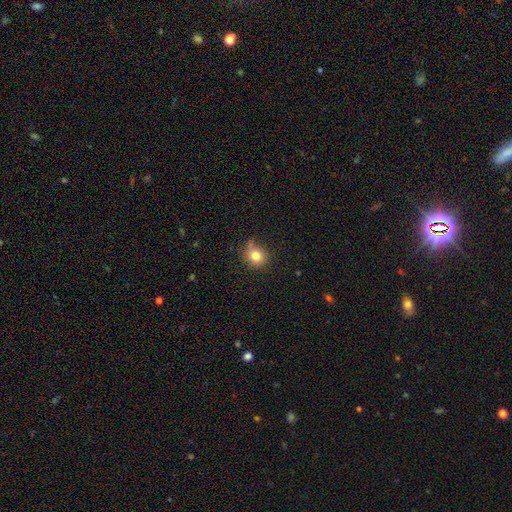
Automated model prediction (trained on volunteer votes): smooth_or_featured: smooth (p=0.81) [alt: star or artifact p=0.11]
how_rounded: round (p=0.82) [alt: in between p=0.17]
merging: none (p=0.68) [alt: minor disturbance p=0.21]